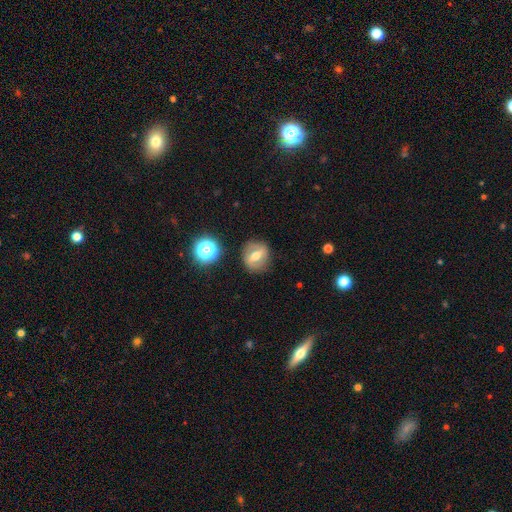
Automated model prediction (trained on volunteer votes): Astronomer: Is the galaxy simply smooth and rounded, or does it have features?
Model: featured or disk — 52% (runner-up: smooth, 38%).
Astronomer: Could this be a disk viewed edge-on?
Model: no — 91%.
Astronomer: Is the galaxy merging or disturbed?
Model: none — 83%.